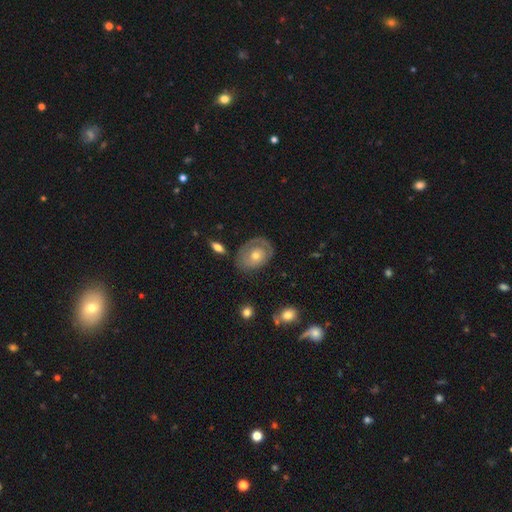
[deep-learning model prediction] Smooth or featured: featured or disk — 58% (smooth — 35%)
Edge-on disk: no — 94% (yes — 6%)
Bar: no — 87% (weak — 11%)
Spiral arms: yes — 51% (no — 49%)
Bulge size: moderate — 55% (small — 40%)
Merging: none — 68% (minor disturbance — 20%)